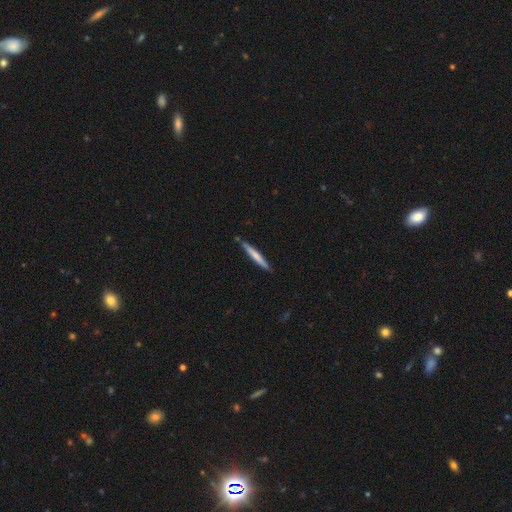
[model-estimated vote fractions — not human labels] Morphology: type=smooth (60%); roundness=cigar-shaped (96%); merging=none (86%).